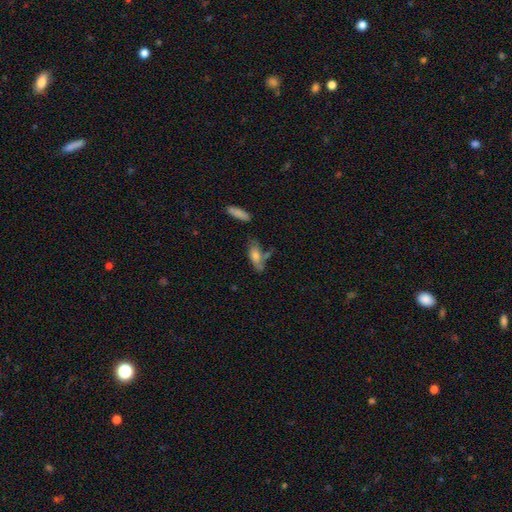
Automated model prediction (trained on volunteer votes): Smooth or featured?
  - smooth: 65% *
  - featured or disk: 27%
  - star or artifact: 8%
How rounded?
  - in between: 72% *
  - cigar-shaped: 25%
  - round: 3%
Merging?
  - none: 52% *
  - minor disturbance: 25%
  - merger: 14%
  - major disturbance: 9%